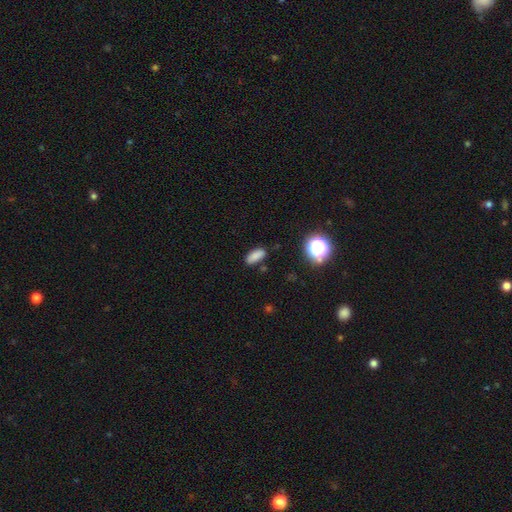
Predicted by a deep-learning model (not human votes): smooth_or_featured: smooth (p=0.82) [alt: star or artifact p=0.12]
how_rounded: in between (p=0.79) [alt: cigar-shaped p=0.17]
merging: none (p=0.83) [alt: minor disturbance p=0.12]